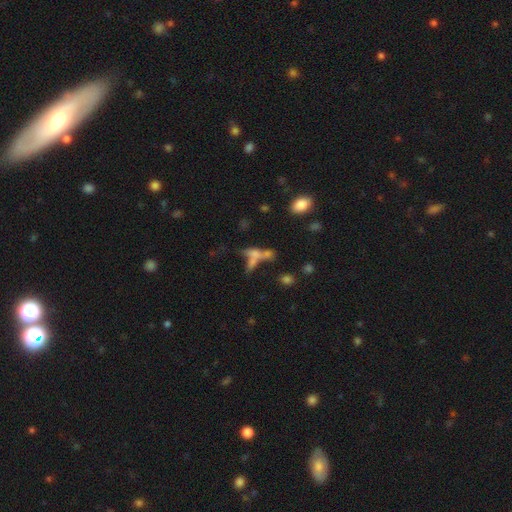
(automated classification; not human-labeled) Q: Smooth or featured?
A: smooth (51%); runner-up: featured or disk (32%)
Q: How rounded?
A: cigar-shaped (50%); runner-up: in between (40%)
Q: Merging?
A: merger (46%); runner-up: none (30%)